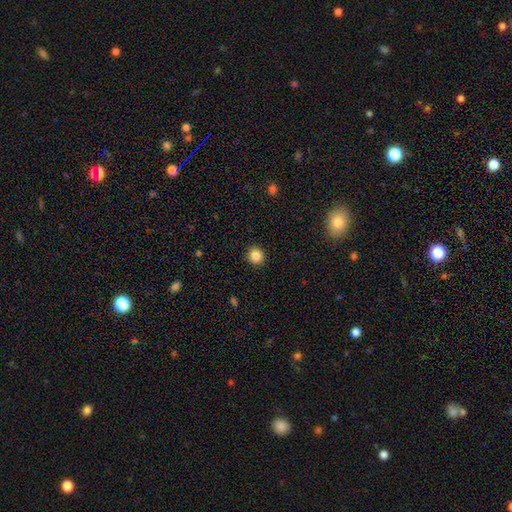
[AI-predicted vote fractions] Morphology: type=smooth (85%); roundness=round (92%); merging=none (93%).